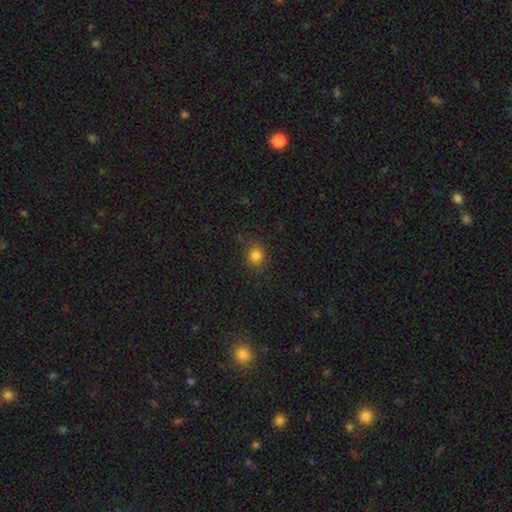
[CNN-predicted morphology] A smooth galaxy with no disk features (81%) that is round (68%). Merging: none (82%).